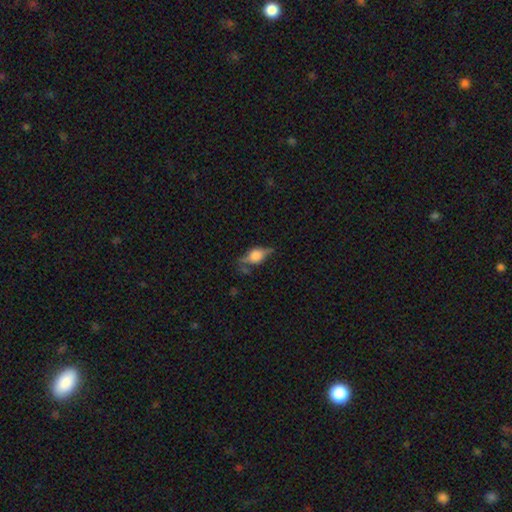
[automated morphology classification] A featured or disk galaxy (55%) viewed edge-on (91%) with a rounded central bulge (89%). Merging: none (67%).